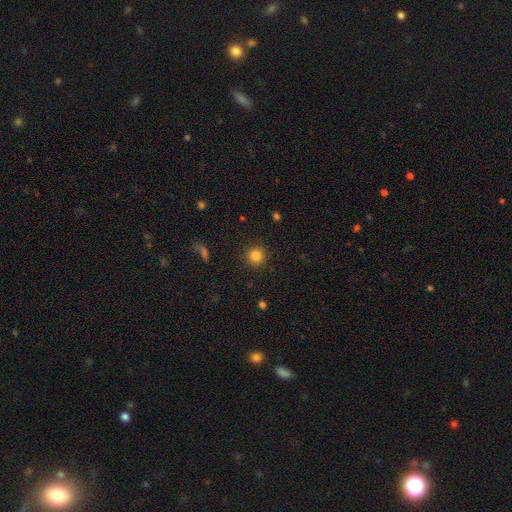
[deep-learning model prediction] Smooth or featured: smooth — 83% (star or artifact — 12%)
How rounded: round — 94% (in between — 5%)
Merging: none — 91% (minor disturbance — 6%)